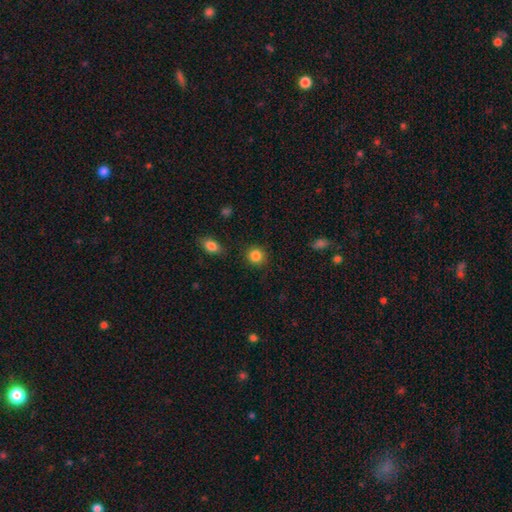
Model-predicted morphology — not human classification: Smooth or featured? Predicted: smooth (p=0.86). How rounded? Predicted: round (p=0.87). Merging? Predicted: none (p=0.88).